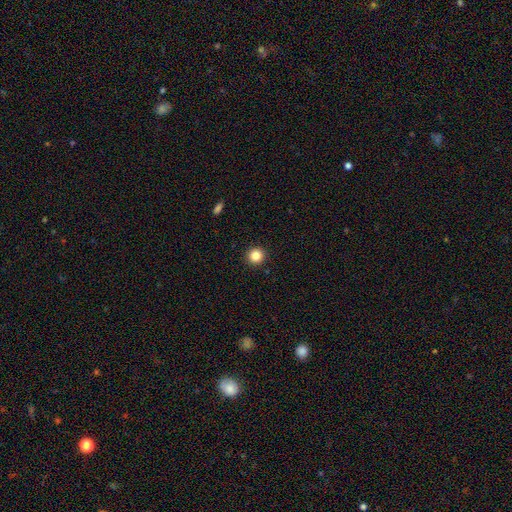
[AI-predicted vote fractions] This is clearly a smooth galaxy (84%). How rounded: clearly round (95%). Merging: clearly none (93%).